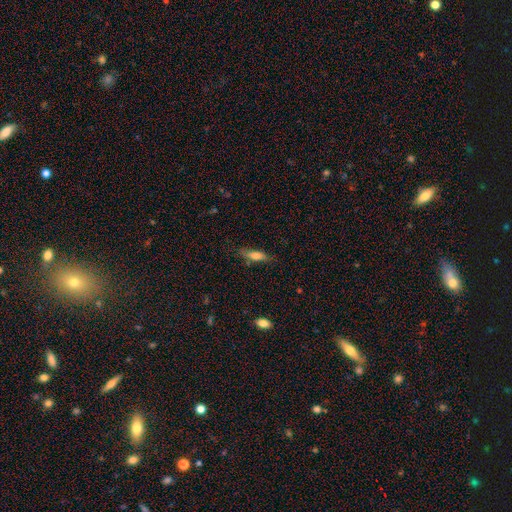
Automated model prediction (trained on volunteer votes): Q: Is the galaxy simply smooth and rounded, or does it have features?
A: smooth — 68%.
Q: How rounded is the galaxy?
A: cigar-shaped — 63%.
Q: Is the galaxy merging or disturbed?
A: none — 76%.